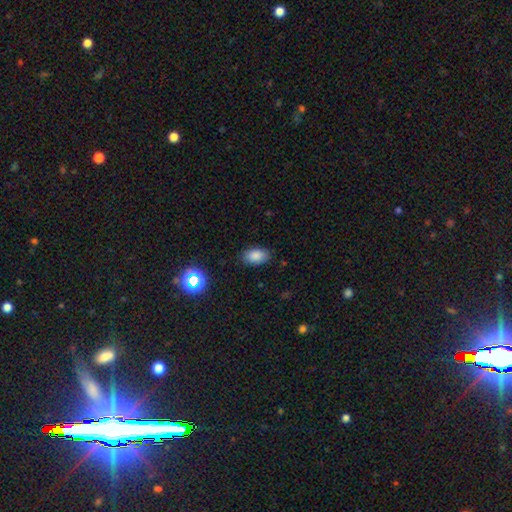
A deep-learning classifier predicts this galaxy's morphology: smooth_or_featured: smooth (p=0.84) [alt: star or artifact p=0.11]
how_rounded: in between (p=0.91) [alt: round p=0.08]
merging: none (p=0.85) [alt: minor disturbance p=0.11]